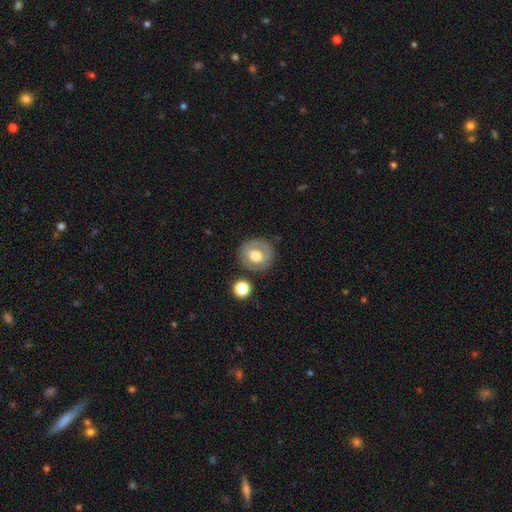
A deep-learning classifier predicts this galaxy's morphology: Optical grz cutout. It shows a smooth galaxy with no disk features (52%) that is round (80%). Merging: none (77%).